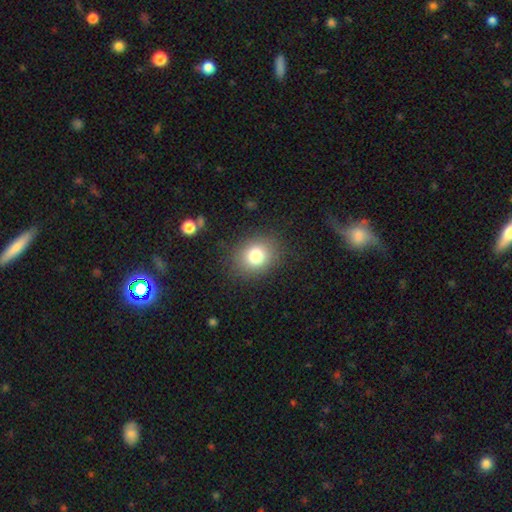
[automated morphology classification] type=smooth (79%); roundness=round (64%); merging=none (86%).